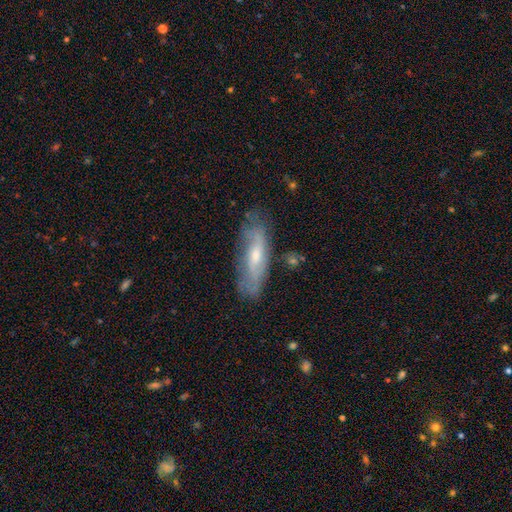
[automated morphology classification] The model was most divided on "smooth or featured": featured or disk: 60%, smooth: 33%, star or artifact: 7%. More confident: merging — none (71%); edge-on disk — no (67%).